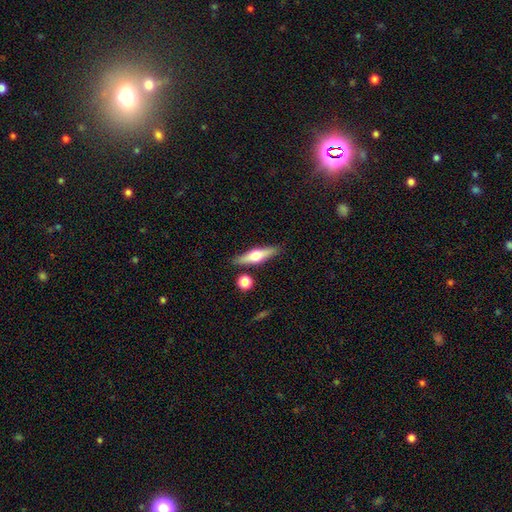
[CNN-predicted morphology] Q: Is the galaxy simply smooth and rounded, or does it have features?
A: featured or disk — 56%.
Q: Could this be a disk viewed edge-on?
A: yes — 93%.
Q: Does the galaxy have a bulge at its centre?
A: rounded — 94%.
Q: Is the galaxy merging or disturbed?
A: none — 84%.